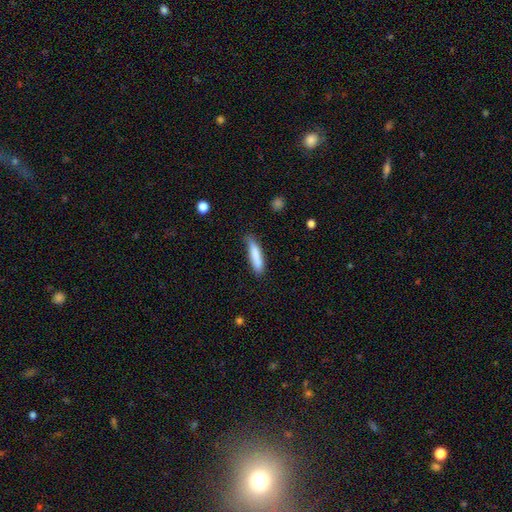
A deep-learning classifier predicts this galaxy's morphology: Smooth or featured: smooth — 82% (featured or disk — 12%)
How rounded: cigar-shaped — 79% (in between — 20%)
Merging: none — 67% (minor disturbance — 25%)